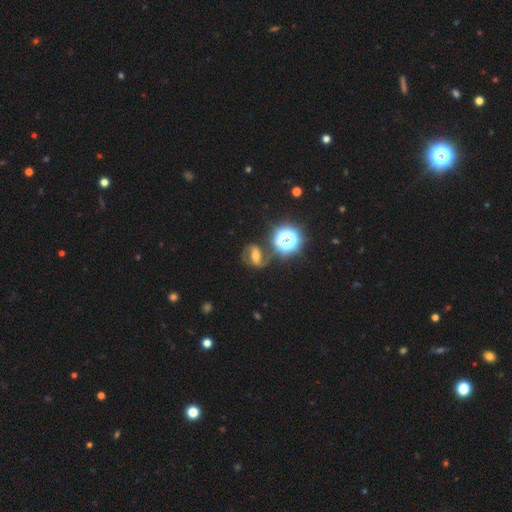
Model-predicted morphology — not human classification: featured or disk 61%, smooth 20%, star or artifact 19%. Down the decision tree: edge-on disk — no (95%); bar — strong (45%); spiral arms — yes (87%); spiral arm count — 2 (89%); spiral winding — medium (48%); bulge size — moderate (57%); merging — none (70%).